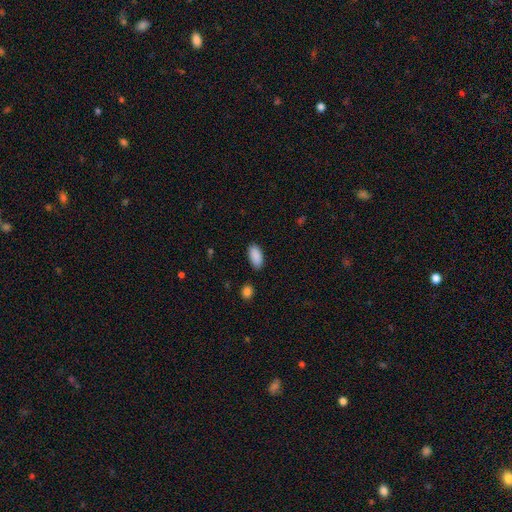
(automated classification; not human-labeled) Smooth or featured? Predicted: smooth (p=0.90). How rounded? Predicted: in between (p=0.93). Merging? Predicted: none (p=0.85).